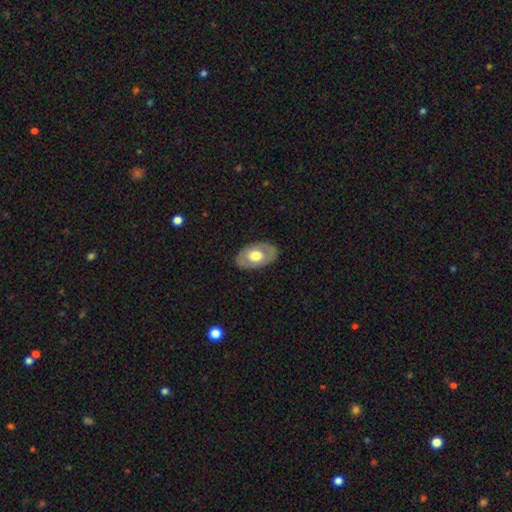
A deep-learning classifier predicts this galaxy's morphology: smooth 48%, featured or disk 47%, star or artifact 5%. Down the decision tree: merging — none (83%).